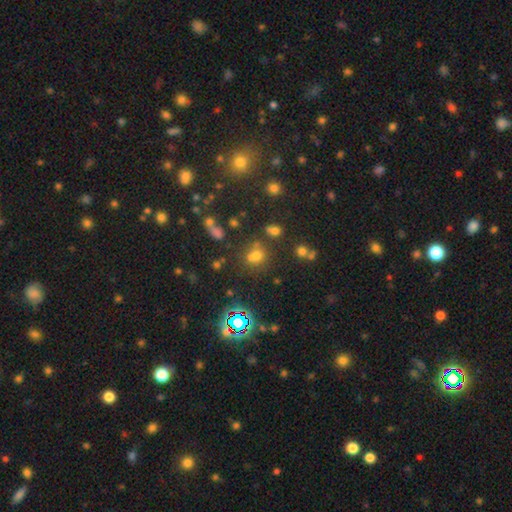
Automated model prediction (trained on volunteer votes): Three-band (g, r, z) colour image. It shows a smooth galaxy with no disk features (54%) that is round (62%). Merging: none (57%).